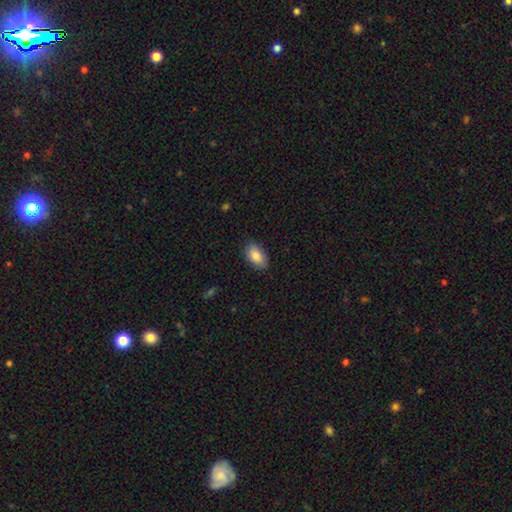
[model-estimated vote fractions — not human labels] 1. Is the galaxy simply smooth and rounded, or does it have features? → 86% smooth, 7% featured or disk, 6% star or artifact.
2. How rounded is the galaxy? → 93% in between, 5% round, 2% cigar-shaped.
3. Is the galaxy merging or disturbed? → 84% none, 12% minor disturbance, 2% major disturbance, 1% merger.